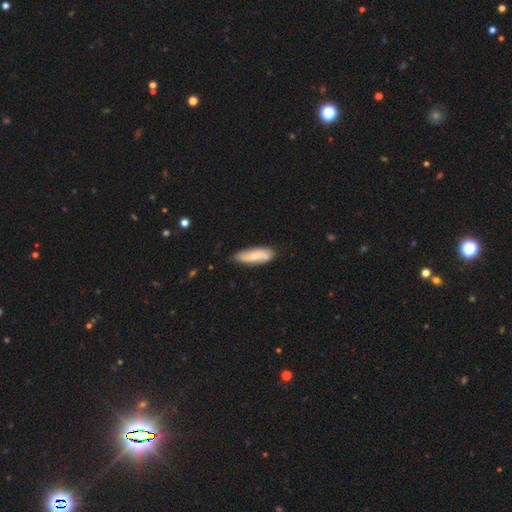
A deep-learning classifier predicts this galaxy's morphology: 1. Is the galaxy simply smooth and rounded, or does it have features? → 65% smooth, 29% featured or disk, 6% star or artifact.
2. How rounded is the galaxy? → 55% in between, 43% cigar-shaped, 2% round.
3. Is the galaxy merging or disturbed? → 78% none, 17% minor disturbance, 3% major disturbance, 2% merger.